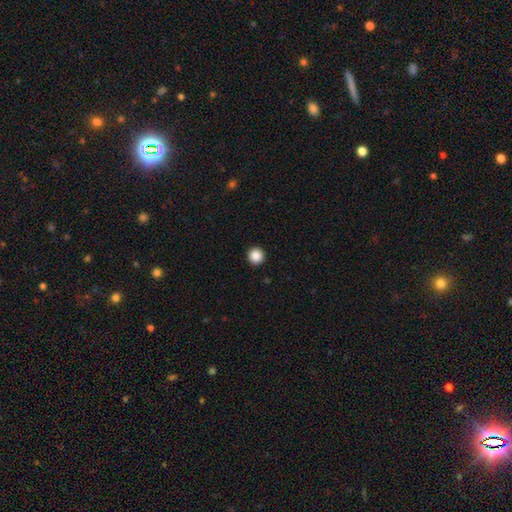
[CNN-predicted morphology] This appears to be a smooth galaxy with no disk features (88%) that is round (96%). Merging: none (94%).